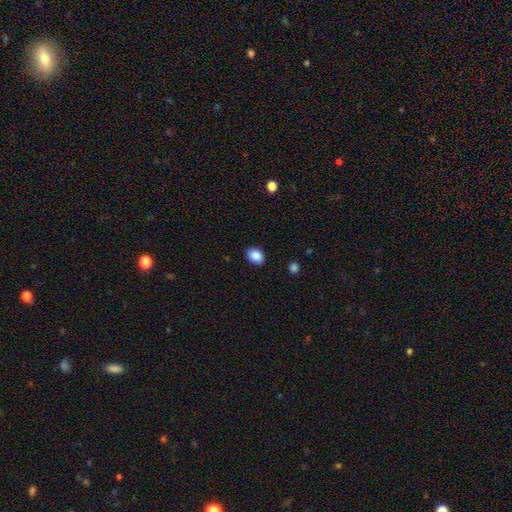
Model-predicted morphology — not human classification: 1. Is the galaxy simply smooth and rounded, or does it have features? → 88% smooth, 8% star or artifact, 4% featured or disk.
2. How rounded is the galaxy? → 68% in between, 31% round, 1% cigar-shaped.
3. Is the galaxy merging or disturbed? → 88% none, 9% minor disturbance, 2% major disturbance, 1% merger.